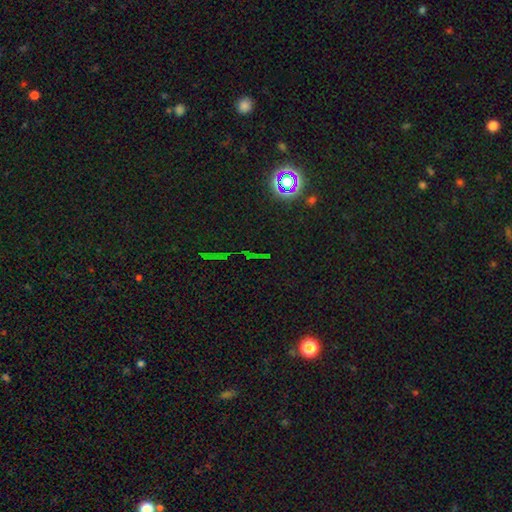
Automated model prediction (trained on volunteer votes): Smooth or featured? star or artifact (74%)